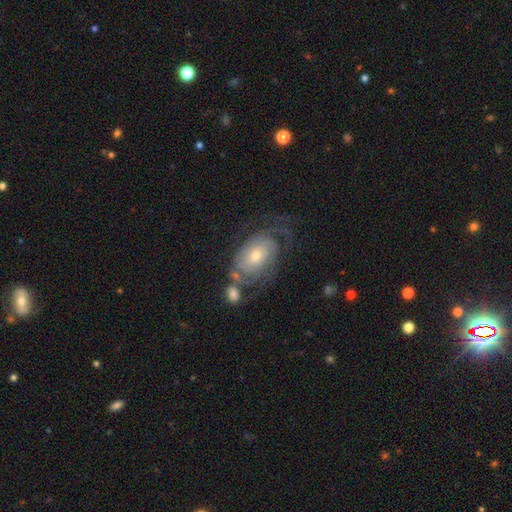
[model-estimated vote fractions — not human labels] This appears to be a featured or disk galaxy (77%) with no bar (75%), can't tell (37%, tied with 2) tight (54%) spiral arms (89%) and a small central bulge (50%). Merging: none (49%).